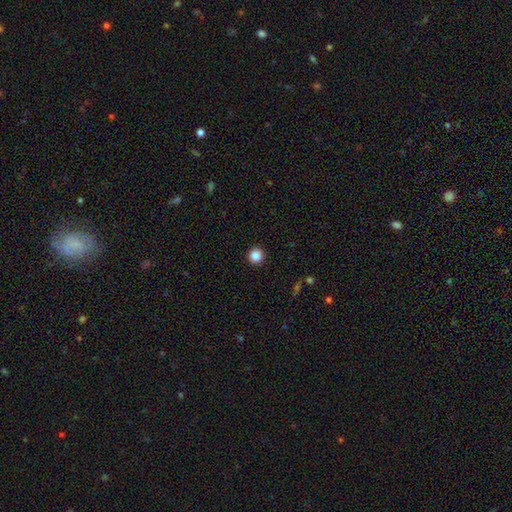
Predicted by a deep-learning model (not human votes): Q: Smooth or featured?
A: smooth (85%); runner-up: star or artifact (11%)
Q: How rounded?
A: round (95%); runner-up: in between (4%)
Q: Merging?
A: none (94%); runner-up: minor disturbance (4%)